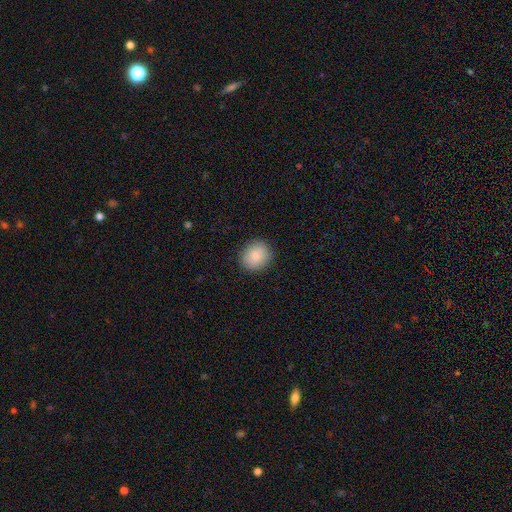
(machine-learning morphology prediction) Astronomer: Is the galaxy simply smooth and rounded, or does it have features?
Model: smooth — 87%.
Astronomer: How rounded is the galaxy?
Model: round — 80%.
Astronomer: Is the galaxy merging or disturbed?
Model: none — 89%.